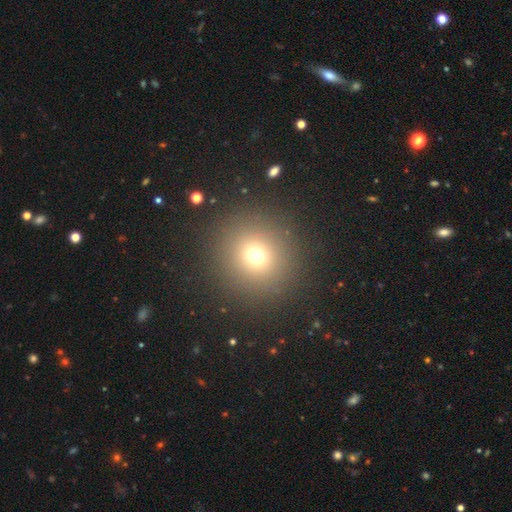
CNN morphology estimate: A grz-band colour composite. It shows a smooth galaxy with no disk features (69%) that is round (93%). Merging: none (89%).